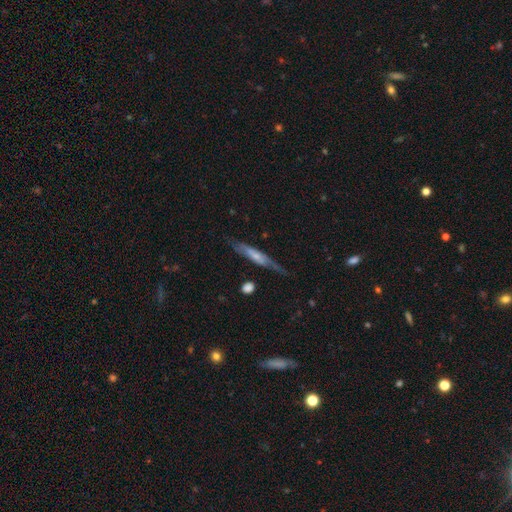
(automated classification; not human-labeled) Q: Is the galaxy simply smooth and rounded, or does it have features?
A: featured or disk — 56%.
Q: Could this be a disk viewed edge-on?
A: yes — 75%.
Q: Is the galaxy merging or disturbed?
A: none — 64%.